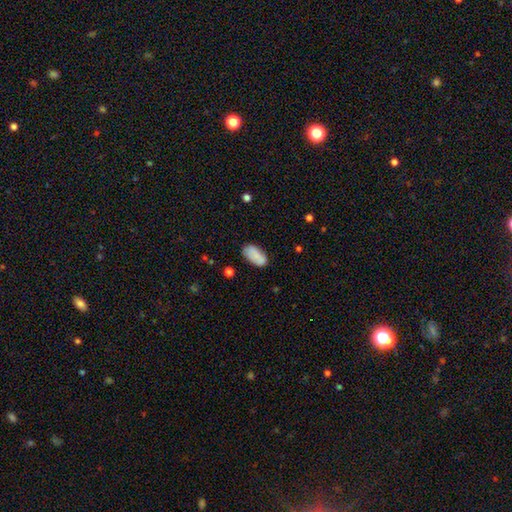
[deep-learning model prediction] Smooth or featured?
  - smooth: 83% *
  - featured or disk: 10%
  - star or artifact: 7%
How rounded?
  - in between: 93% *
  - cigar-shaped: 4%
  - round: 3%
Merging?
  - none: 71% *
  - minor disturbance: 20%
  - major disturbance: 5%
  - merger: 4%